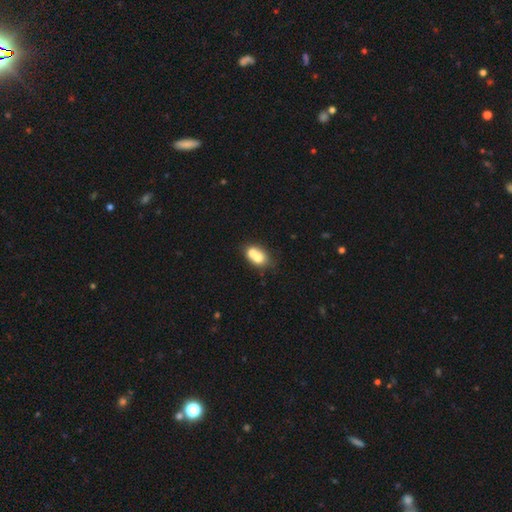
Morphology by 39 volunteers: Smooth or featured?
  - smooth: 72% *
  - featured or disk: 18%
  - star or artifact: 10%
How rounded?
  - round: 50% *
  - in between: 46%
  - cigar-shaped: 4%
Merging?
  - merger: 71% *
  - none: 20%
  - major disturbance: 6%
  - minor disturbance: 3%